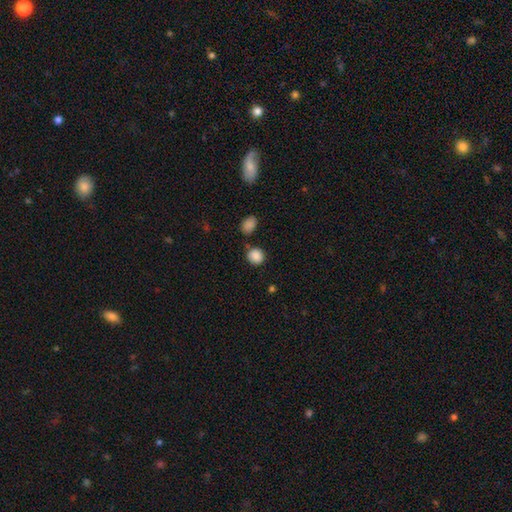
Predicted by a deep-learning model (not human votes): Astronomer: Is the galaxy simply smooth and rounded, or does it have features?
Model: smooth — 88%.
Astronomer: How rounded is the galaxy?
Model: round — 78%.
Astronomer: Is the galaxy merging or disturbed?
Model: none — 73%.